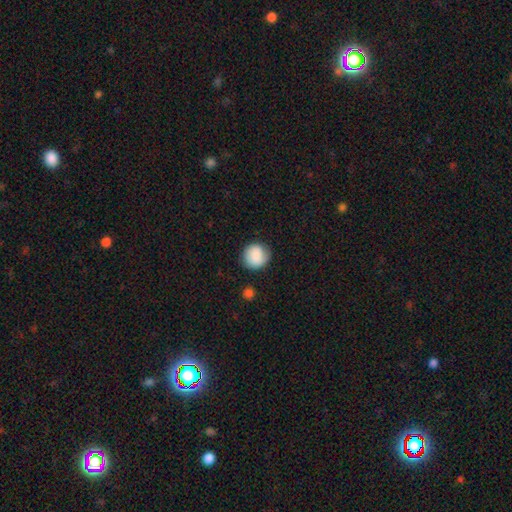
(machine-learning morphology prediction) This appears to be a smooth galaxy with no disk features (82%) that is round (88%). Merging: none (78%).